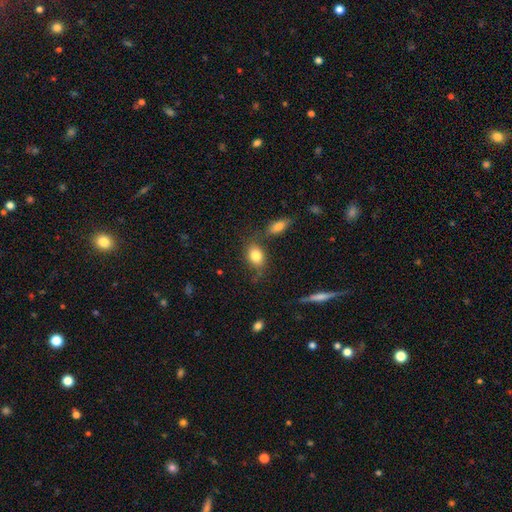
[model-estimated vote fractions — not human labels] Smooth or featured? smooth (82%)
How rounded? in between (71%)
Merging? none (63%)